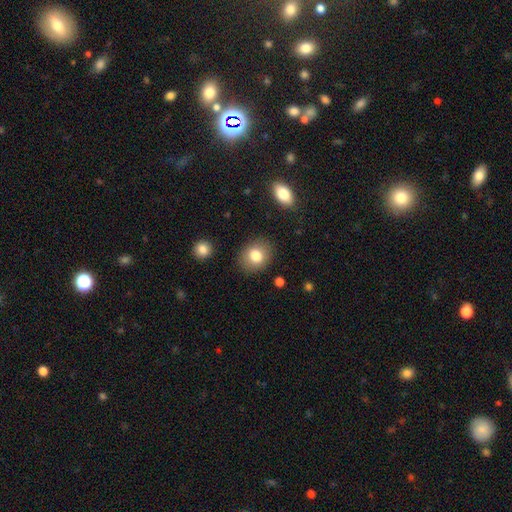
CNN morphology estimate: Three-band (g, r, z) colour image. It shows a smooth galaxy with no disk features (80%) that is round (57%). Merging: none (85%).